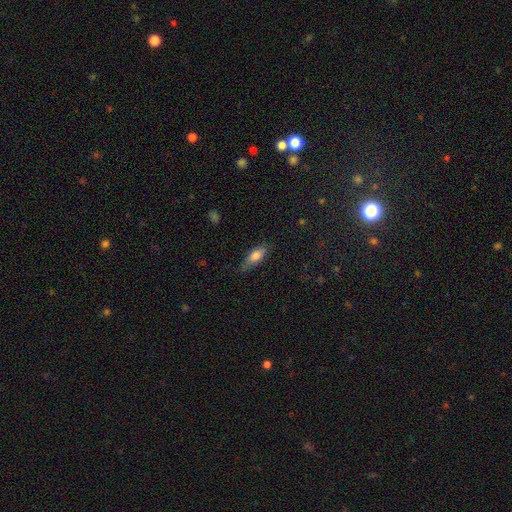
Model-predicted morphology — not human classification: This is likely a smooth galaxy (74%). How rounded: likely in between (66%). Merging: likely none (73%).